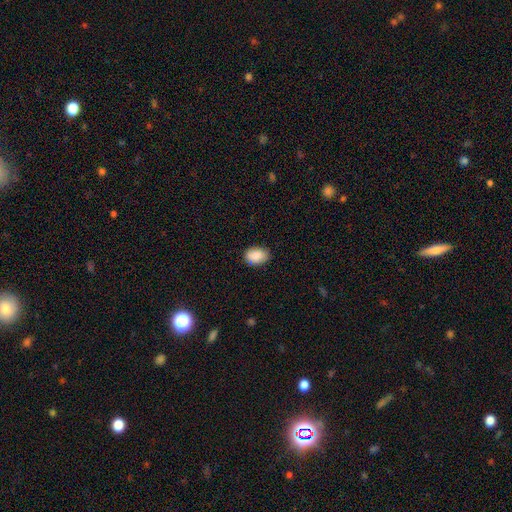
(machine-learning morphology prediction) smooth 88%, star or artifact 7%, featured or disk 5%. Down the decision tree: how rounded — in between (83%); merging — none (83%).